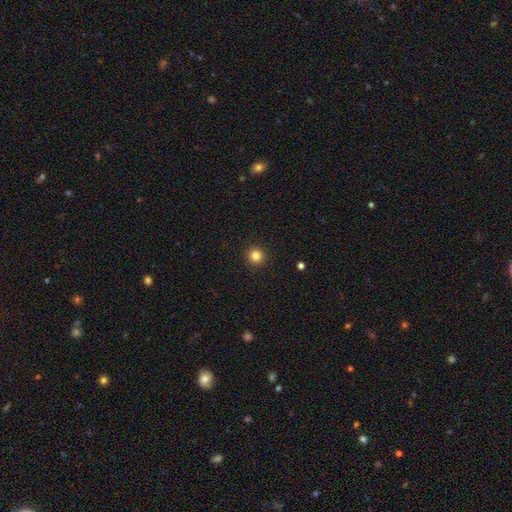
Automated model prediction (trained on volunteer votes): The model was most divided on "smooth or featured": smooth: 83%, star or artifact: 12%, featured or disk: 4%. More confident: how rounded — round (95%); merging — none (93%).